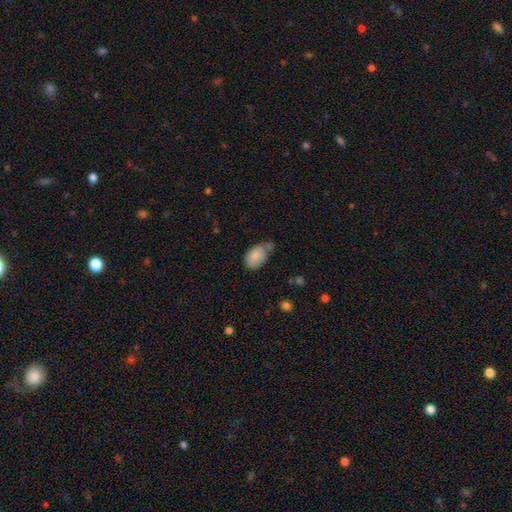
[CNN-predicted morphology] A smooth galaxy with no disk features (84%) that is in between round and cigar-shaped (90%).

Vote fractions:
- Smooth or featured? smooth: 84% / featured or disk: 9% / star or artifact: 7%
- How rounded? in between: 90% / round: 9% / cigar-shaped: 1%
- Merging? none: 47% / minor disturbance: 30% / merger: 14% / major disturbance: 8%